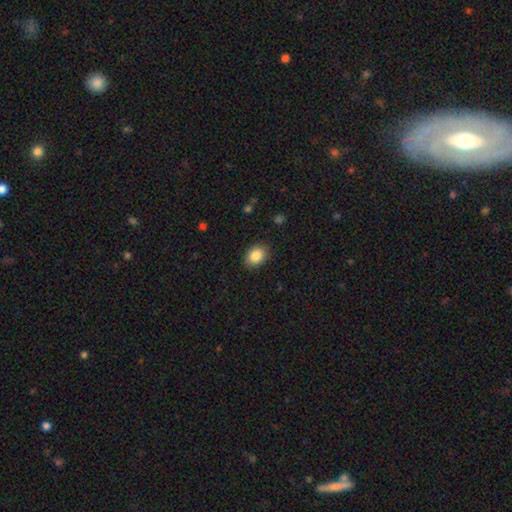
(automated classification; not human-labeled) A smooth galaxy with no disk features (86%) that is in between round and cigar-shaped (63%). Merging: none (88%).